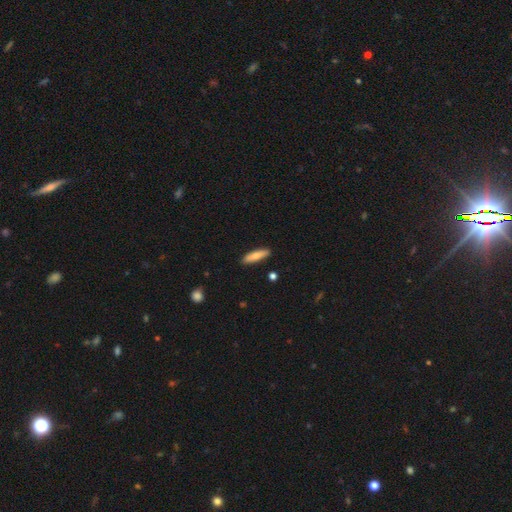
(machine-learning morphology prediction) The model was most divided on "how rounded": cigar-shaped: 72%, in between: 26%, round: 2%. More confident: merging — none (89%); smooth or featured — smooth (75%).